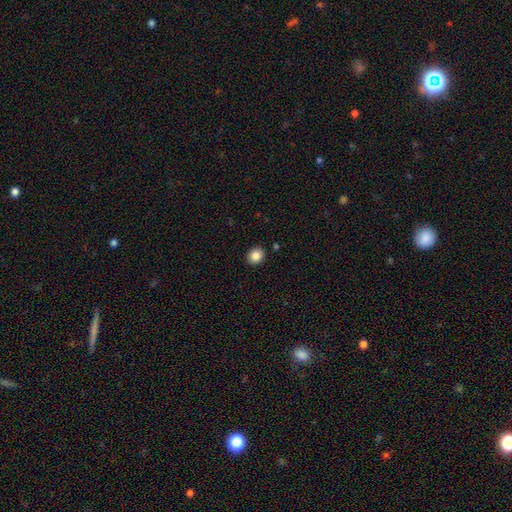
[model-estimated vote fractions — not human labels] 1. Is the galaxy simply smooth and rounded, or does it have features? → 86% smooth, 9% star or artifact, 4% featured or disk.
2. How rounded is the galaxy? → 70% round, 29% in between, 1% cigar-shaped.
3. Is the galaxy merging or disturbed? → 91% none, 6% minor disturbance, 2% major disturbance, 2% merger.